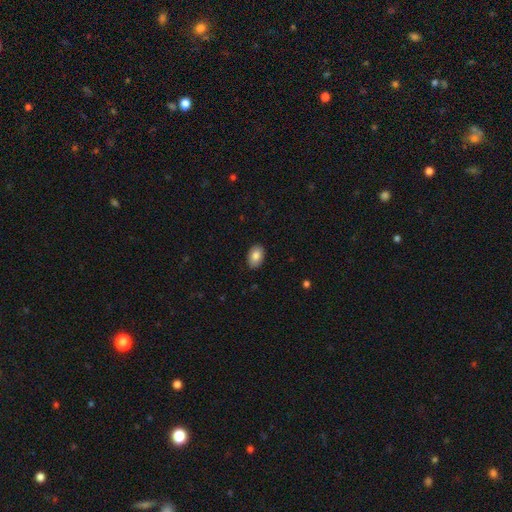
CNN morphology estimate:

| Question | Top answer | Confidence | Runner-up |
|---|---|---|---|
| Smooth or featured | smooth | 84% | featured or disk (9%) |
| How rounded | in between | 87% | round (12%) |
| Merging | none | 89% | minor disturbance (8%) |